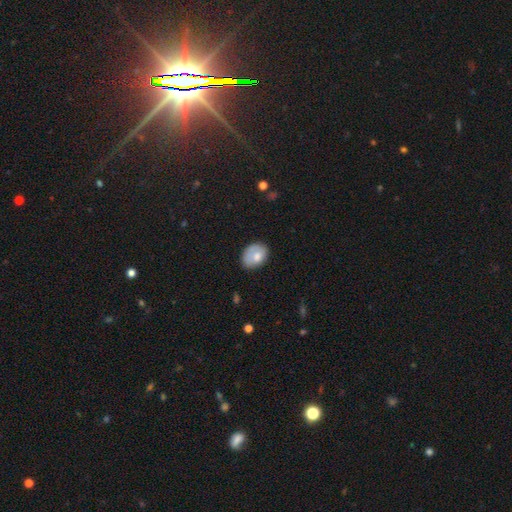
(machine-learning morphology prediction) type=smooth (72%); roundness=in between (70%); merging=none (59%).